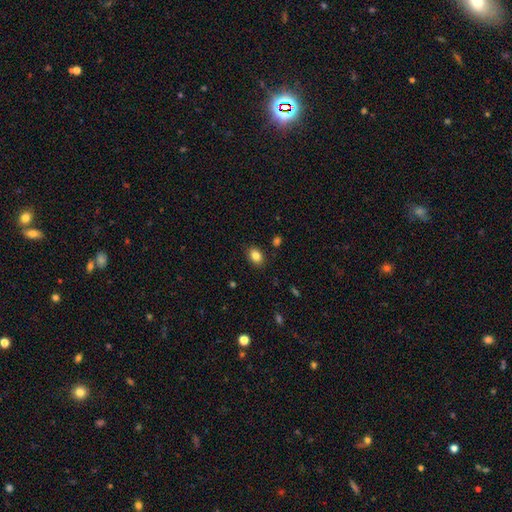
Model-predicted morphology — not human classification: smooth_or_featured: smooth (p=0.84) [alt: star or artifact p=0.10]
how_rounded: in between (p=0.71) [alt: round p=0.27]
merging: none (p=0.86) [alt: minor disturbance p=0.10]